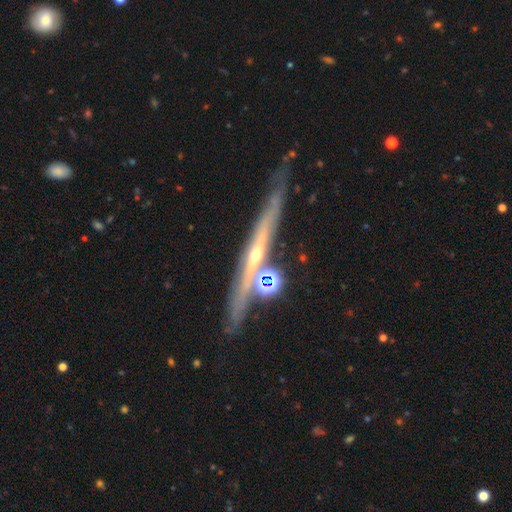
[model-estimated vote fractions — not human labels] A featured or disk galaxy (76%) viewed edge-on (89%) with a rounded central bulge (60%).

Vote fractions:
- Smooth or featured? featured or disk: 76% / smooth: 13% / star or artifact: 11%
- Edge-on disk? yes: 89% / no: 11%
- Edge-on bulge? rounded: 60% / none: 35% / boxy: 4%
- Merging? none: 65% / minor disturbance: 18% / merger: 10% / major disturbance: 6%